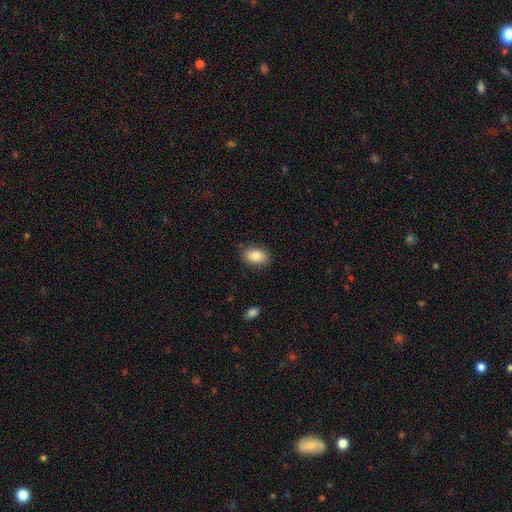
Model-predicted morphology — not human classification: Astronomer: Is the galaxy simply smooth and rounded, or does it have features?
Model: smooth — 84%.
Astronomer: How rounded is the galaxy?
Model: in between — 88%.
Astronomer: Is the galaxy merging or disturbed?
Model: none — 85%.